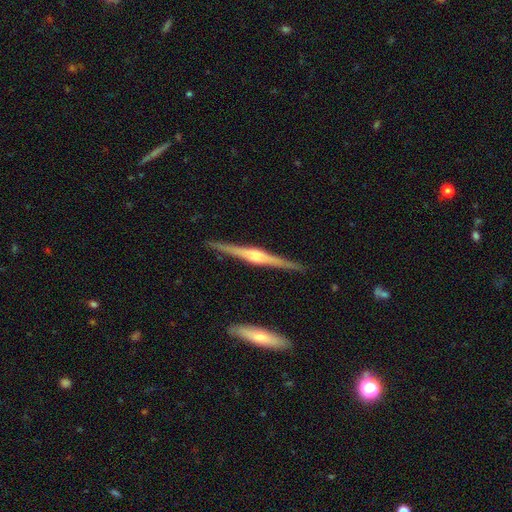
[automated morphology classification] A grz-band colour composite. It shows a featured or disk galaxy (83%) viewed edge-on (98%) with a rounded central bulge (76%). Merging: none (90%).